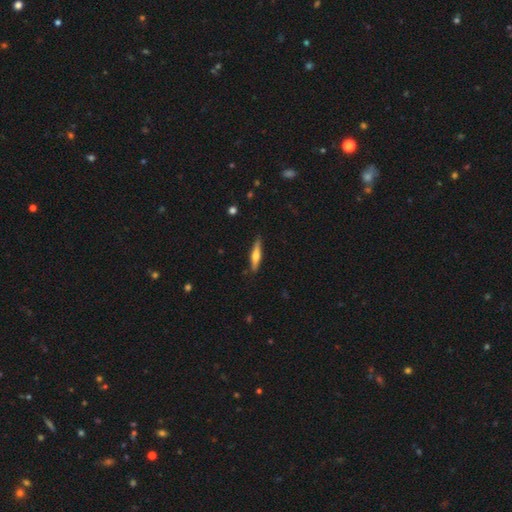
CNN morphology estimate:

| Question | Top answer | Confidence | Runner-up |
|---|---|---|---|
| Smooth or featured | smooth | 48% | featured or disk (46%) |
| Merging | none | 88% | minor disturbance (9%) |